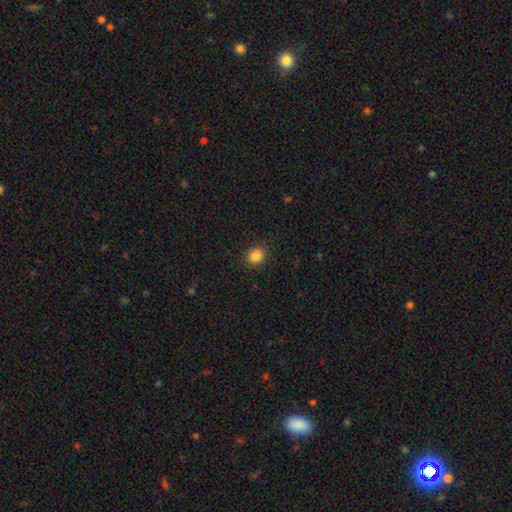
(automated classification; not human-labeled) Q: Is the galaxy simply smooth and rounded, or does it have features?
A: smooth — 85%.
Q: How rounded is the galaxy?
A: round — 79%.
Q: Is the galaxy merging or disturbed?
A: none — 89%.